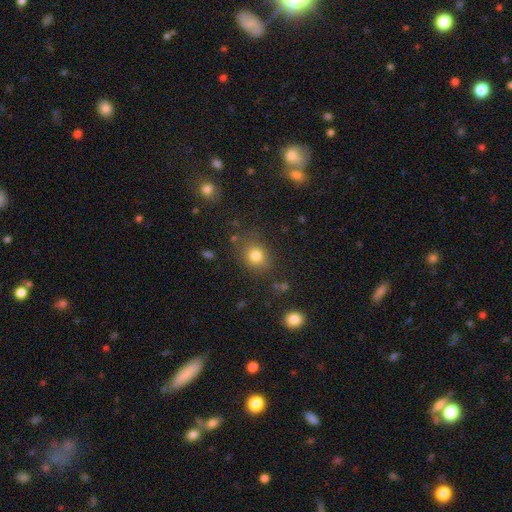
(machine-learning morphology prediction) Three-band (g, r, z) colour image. It shows a smooth galaxy with no disk features (80%) that is round (72%). Merging: none (79%).